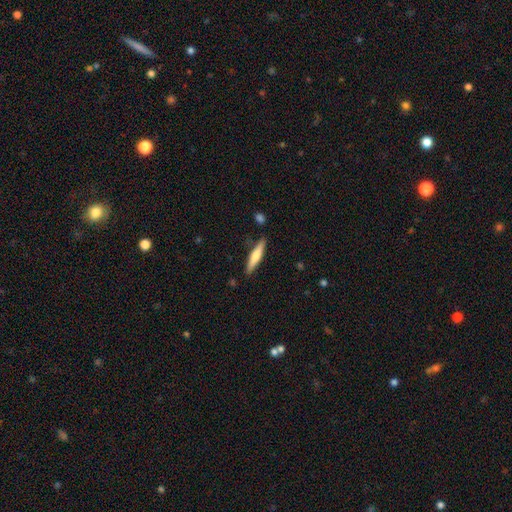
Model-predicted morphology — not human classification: Overall: smooth (56%; featured or disk 39%). How rounded: cigar-shaped (86%). Merging: none (86%).